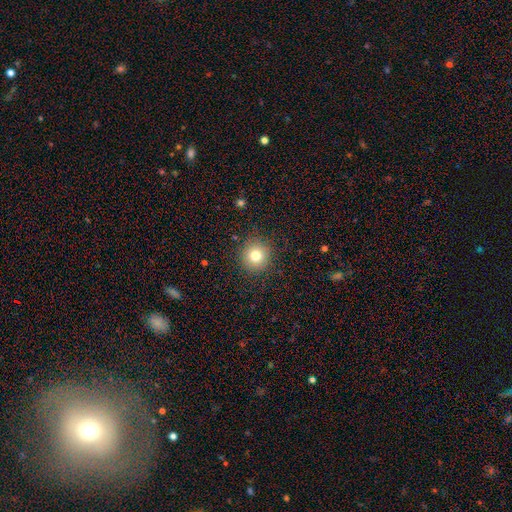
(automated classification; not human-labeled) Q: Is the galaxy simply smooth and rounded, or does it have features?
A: smooth — 78%.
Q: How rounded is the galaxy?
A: round — 93%.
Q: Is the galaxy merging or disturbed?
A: none — 89%.